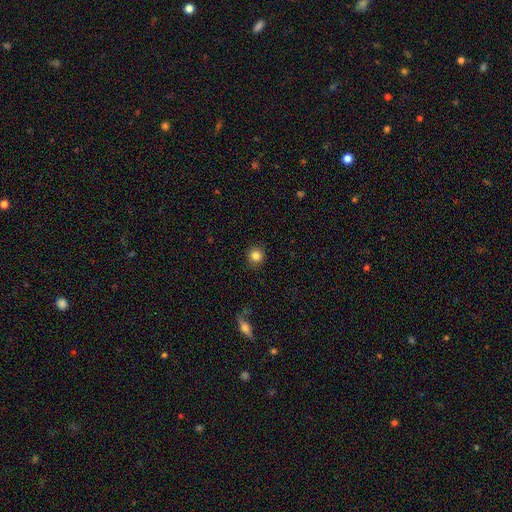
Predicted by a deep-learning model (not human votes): smooth-or-featured: smooth: 84% | star or artifact: 11% | featured or disk: 5%
  how-rounded: round: 93% | in between: 6% | cigar-shaped: 1%
  merging: none: 91% | minor disturbance: 6% | major disturbance: 2% | merger: 1%